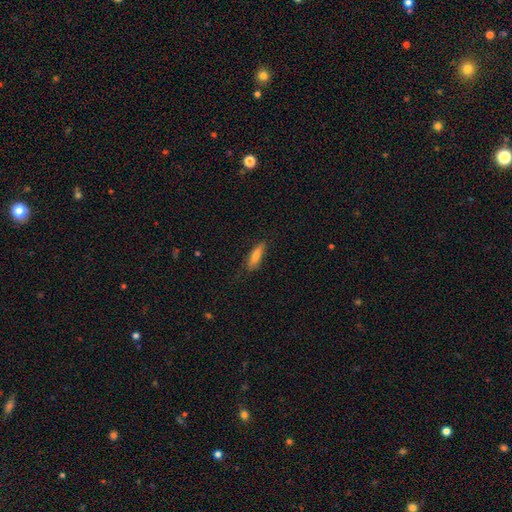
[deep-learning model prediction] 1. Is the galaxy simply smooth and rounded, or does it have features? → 70% smooth, 22% featured or disk, 8% star or artifact.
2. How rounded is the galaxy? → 61% cigar-shaped, 37% in between, 2% round.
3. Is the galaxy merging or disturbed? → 76% none, 19% minor disturbance, 4% major disturbance, 1% merger.